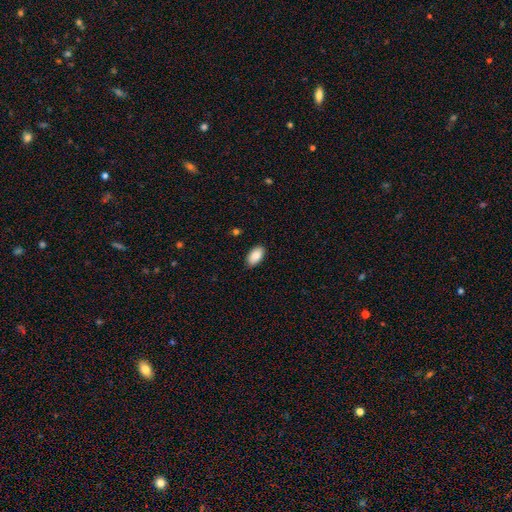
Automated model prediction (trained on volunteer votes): The model was most divided on "merging": none: 88%, minor disturbance: 9%, major disturbance: 2%, merger: 1%. More confident: how rounded — in between (95%); smooth or featured — smooth (89%).